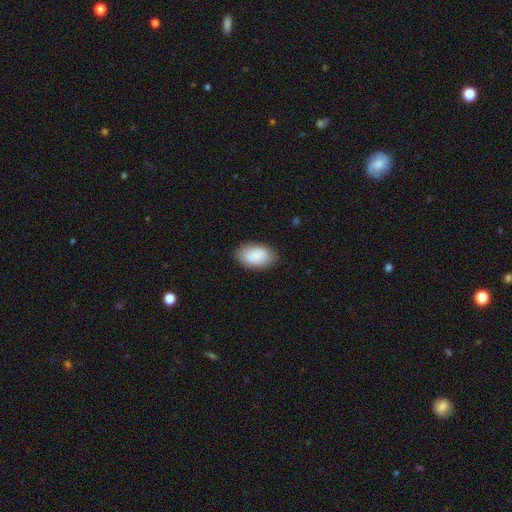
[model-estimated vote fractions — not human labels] Smooth or featured?
  - smooth: 86% *
  - featured or disk: 8%
  - star or artifact: 6%
How rounded?
  - in between: 93% *
  - round: 6%
  - cigar-shaped: 1%
Merging?
  - none: 84% *
  - minor disturbance: 12%
  - major disturbance: 3%
  - merger: 1%